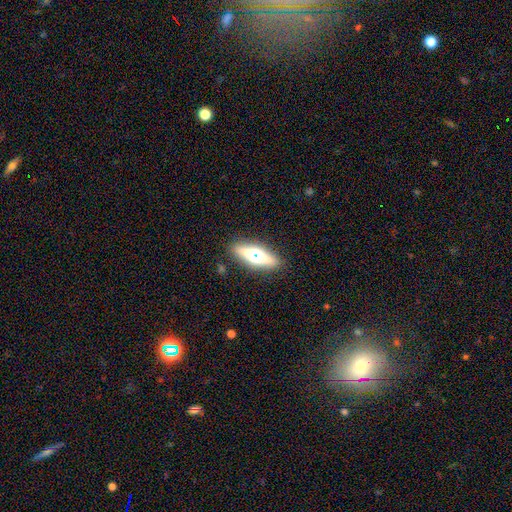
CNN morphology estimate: type=featured or disk (46%); merging=none (86%).